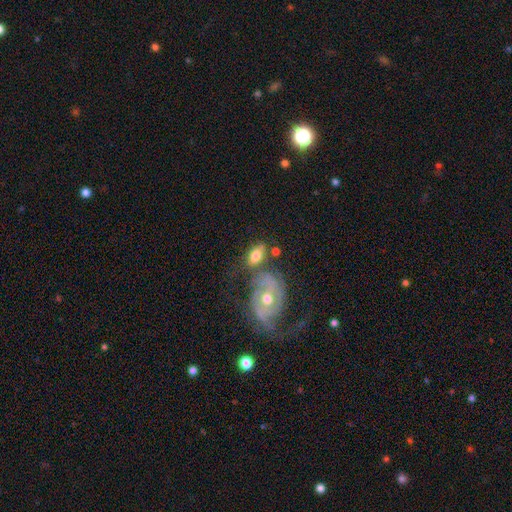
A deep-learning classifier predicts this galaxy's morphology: Overall: smooth (59%; featured or disk 33%). How rounded: in between (87%). Merging: none (50%; merger 23%).